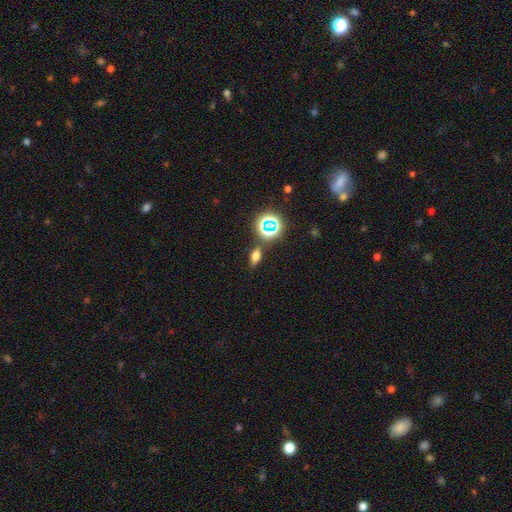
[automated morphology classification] Smooth or featured: smooth — 64% (star or artifact — 22%)
How rounded: in between — 70% (cigar-shaped — 15%)
Merging: none — 80% (minor disturbance — 10%)